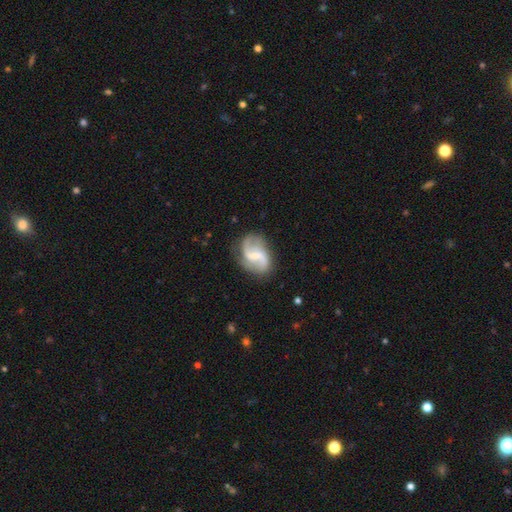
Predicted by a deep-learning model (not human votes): Smooth or featured: featured or disk — 84% (smooth — 10%)
Edge-on disk: no — 98% (yes — 2%)
Bar: weak — 54% (strong — 27%)
Spiral arms: yes — 95% (no — 5%)
Spiral winding: loose — 64% (medium — 30%)
Spiral arm count: 2 — 90% (can't tell — 3%)
Bulge size: small — 51% (none — 24%)
Merging: none — 74% (minor disturbance — 17%)